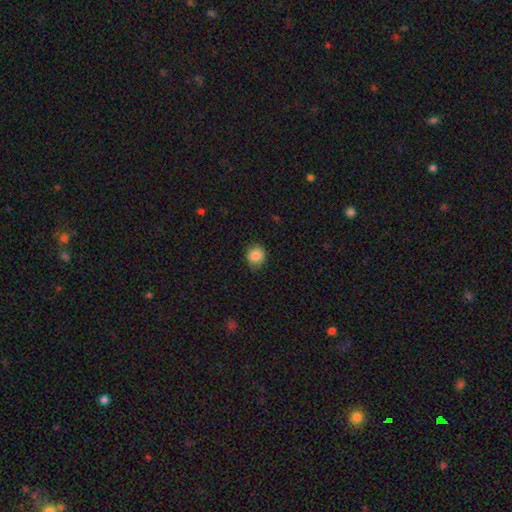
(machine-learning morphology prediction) A smooth galaxy with no disk features (86%) that is round (77%).

Vote fractions:
- Smooth or featured? smooth: 86% / star or artifact: 9% / featured or disk: 5%
- How rounded? round: 77% / in between: 23% / cigar-shaped: 1%
- Merging? none: 80% / minor disturbance: 16% / major disturbance: 3% / merger: 1%